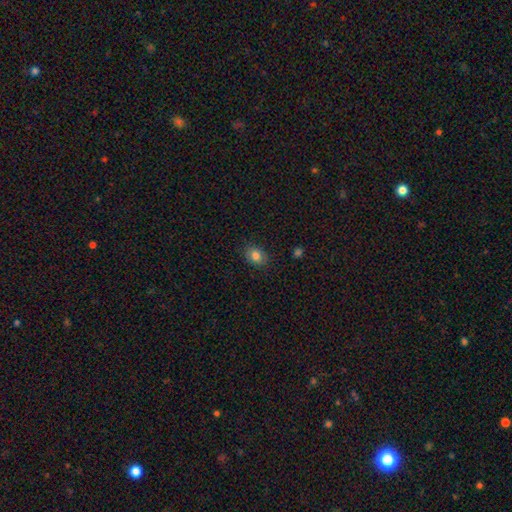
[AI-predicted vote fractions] A smooth galaxy with no disk features (83%) that is in between round and cigar-shaped (67%). Merging: none (86%).